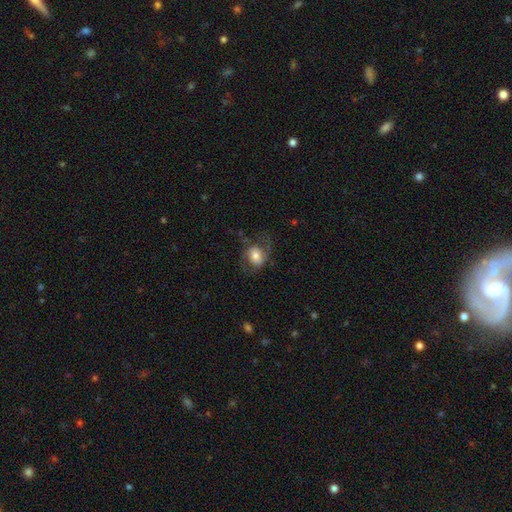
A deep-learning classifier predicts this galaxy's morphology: The model was most divided on "smooth or featured": featured or disk: 48%, smooth: 44%, star or artifact: 8%. More confident: merging — none (59%).